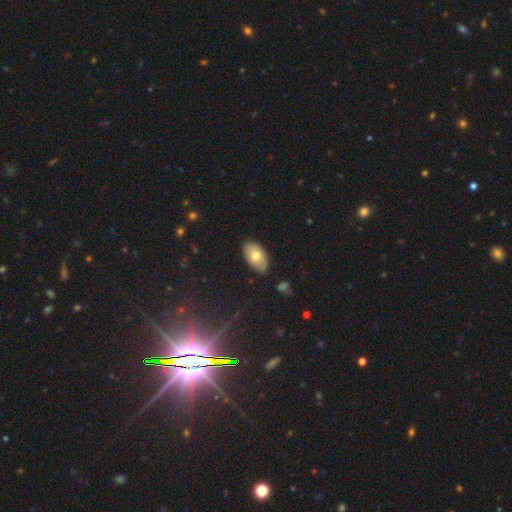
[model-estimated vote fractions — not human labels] This is likely a smooth galaxy (69%). How rounded: clearly in between (93%). Merging: likely none (75%).